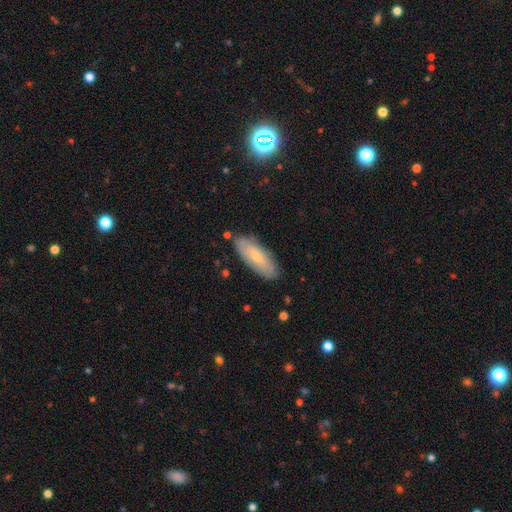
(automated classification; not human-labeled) smooth_or_featured: smooth (p=0.60) [alt: featured or disk p=0.32]
how_rounded: in between (p=0.69) [alt: cigar-shaped p=0.29]
merging: none (p=0.84) [alt: minor disturbance p=0.12]